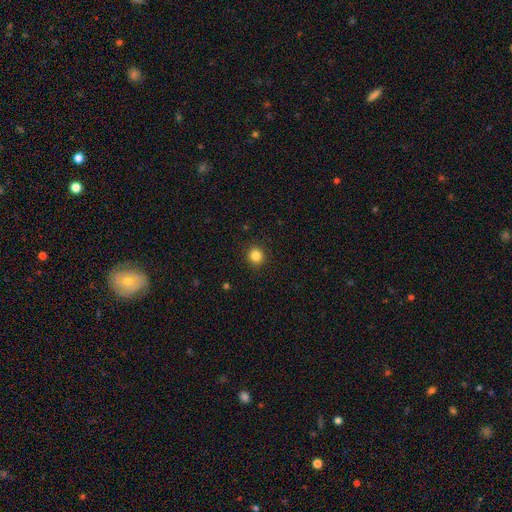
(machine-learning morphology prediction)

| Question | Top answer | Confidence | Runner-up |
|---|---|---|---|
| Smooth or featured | smooth | 85% | star or artifact (11%) |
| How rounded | round | 92% | in between (7%) |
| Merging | none | 91% | minor disturbance (6%) |